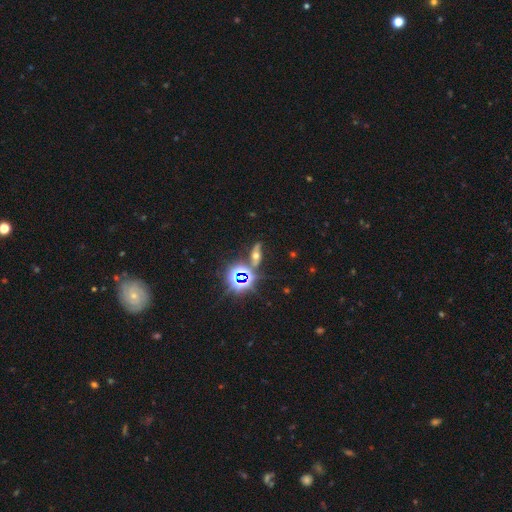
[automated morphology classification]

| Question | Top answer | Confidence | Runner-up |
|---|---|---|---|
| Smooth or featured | star or artifact | 40% | featured or disk (32%) |